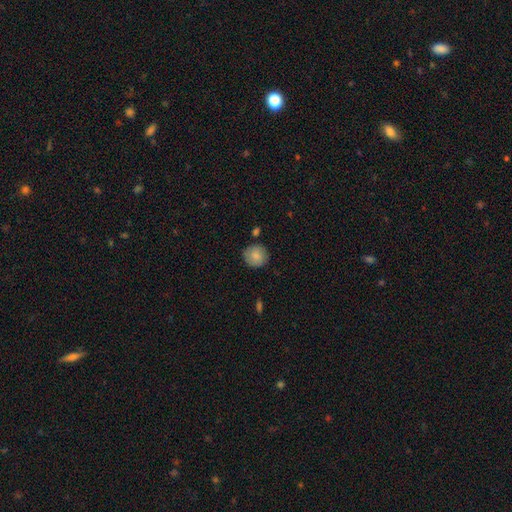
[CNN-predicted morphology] This appears to be a smooth galaxy with no disk features (83%) that is round (90%). Merging: none (83%).